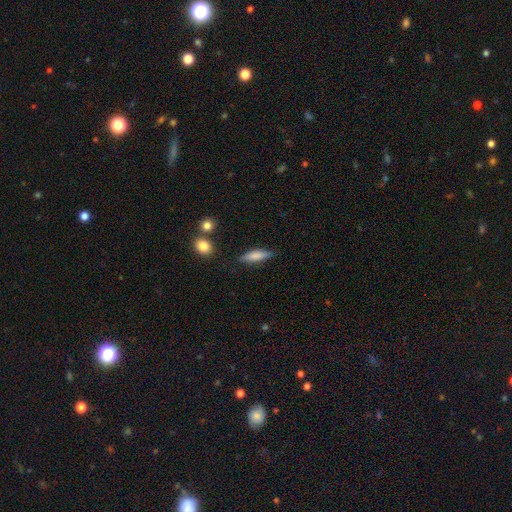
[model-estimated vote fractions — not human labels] This is likely a smooth galaxy (73%). How rounded: likely cigar-shaped (65%). Merging: clearly none (80%).